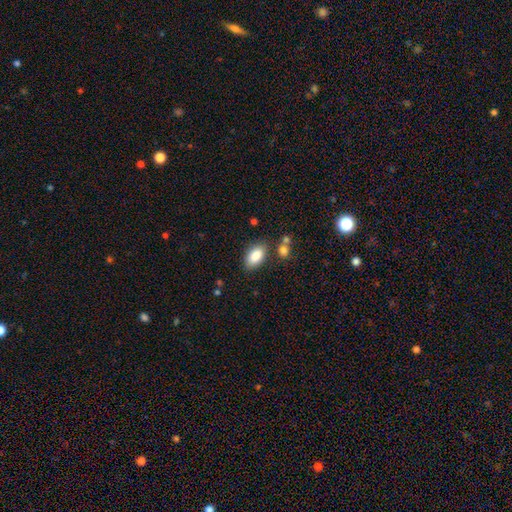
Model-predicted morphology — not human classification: This appears to be a smooth galaxy with no disk features (87%) that is in between round and cigar-shaped (93%). Merging: none (79%).